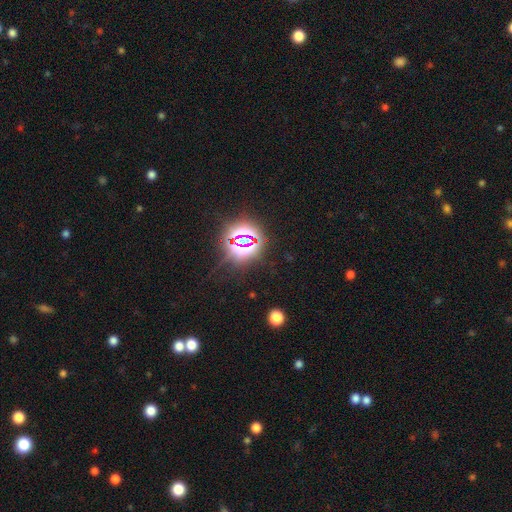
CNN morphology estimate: Smooth or featured? Predicted: star or artifact (p=0.80).